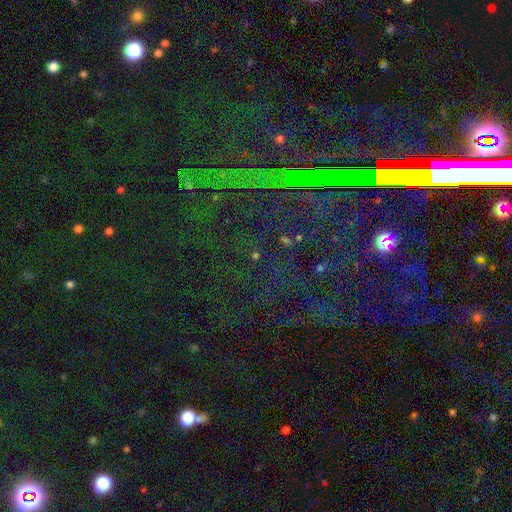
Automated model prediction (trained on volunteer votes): This is clearly a star or artifact rather than a galaxy (81%).